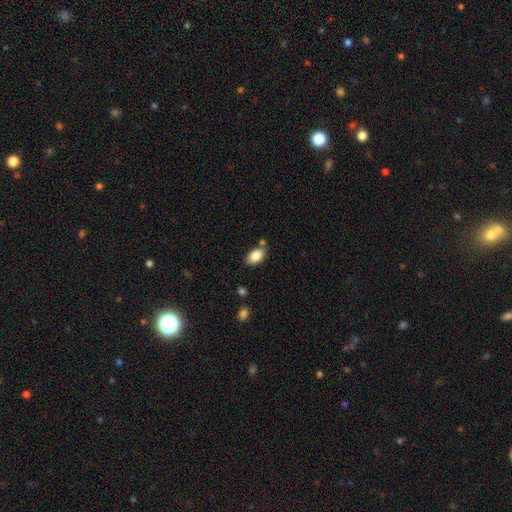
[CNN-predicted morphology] smooth-or-featured: smooth: 86% | star or artifact: 8% | featured or disk: 7%
  how-rounded: in between: 91% | round: 7% | cigar-shaped: 2%
  merging: none: 75% | minor disturbance: 14% | merger: 8% | major disturbance: 3%